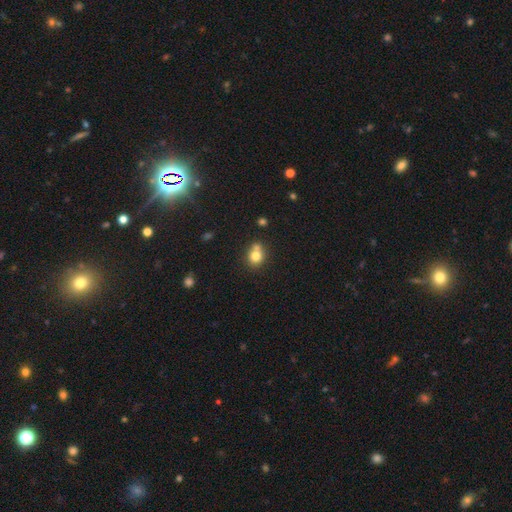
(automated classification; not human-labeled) smooth-or-featured: smooth: 78% | star or artifact: 11% | featured or disk: 11%
  how-rounded: round: 76% | in between: 23% | cigar-shaped: 1%
  merging: none: 52% | merger: 32% | minor disturbance: 12% | major disturbance: 4%